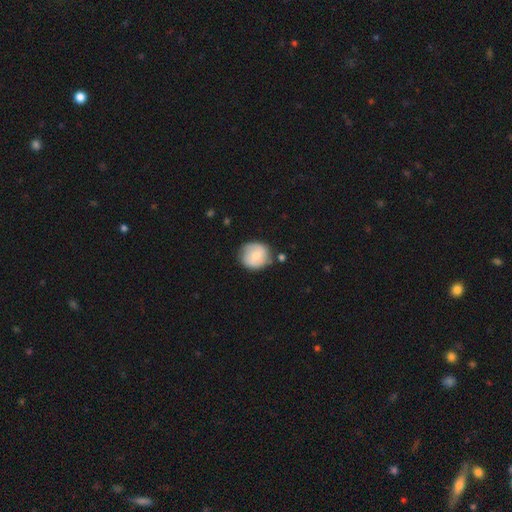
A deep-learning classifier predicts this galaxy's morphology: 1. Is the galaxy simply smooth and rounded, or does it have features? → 57% smooth, 36% featured or disk, 7% star or artifact.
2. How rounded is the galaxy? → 86% round, 13% in between, 1% cigar-shaped.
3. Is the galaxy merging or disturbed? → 73% none, 18% minor disturbance, 4% merger, 4% major disturbance.